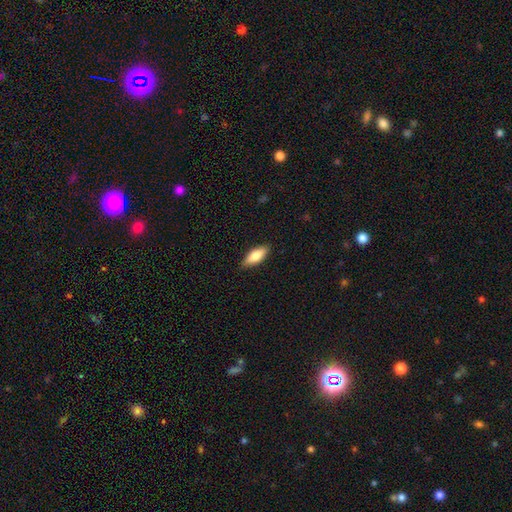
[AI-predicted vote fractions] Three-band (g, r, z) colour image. It shows a smooth galaxy with no disk features (77%) that is in between round and cigar-shaped (72%). Merging: none (87%).